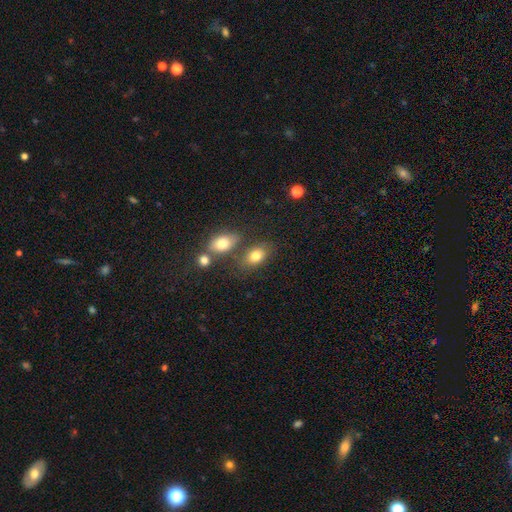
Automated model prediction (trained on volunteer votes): smooth 78%, featured or disk 11%, star or artifact 11%. Down the decision tree: how rounded — in between (82%); merging — none (64%).